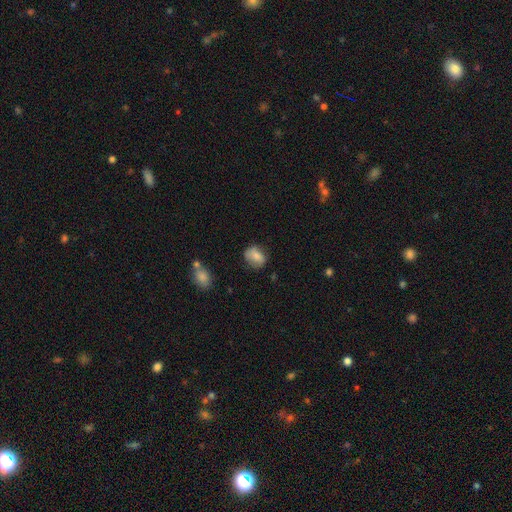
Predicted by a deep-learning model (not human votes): Smooth or featured?
  - smooth: 75% *
  - featured or disk: 17%
  - star or artifact: 9%
How rounded?
  - in between: 59% *
  - round: 40%
  - cigar-shaped: 2%
Merging?
  - none: 63% *
  - minor disturbance: 27%
  - major disturbance: 7%
  - merger: 3%